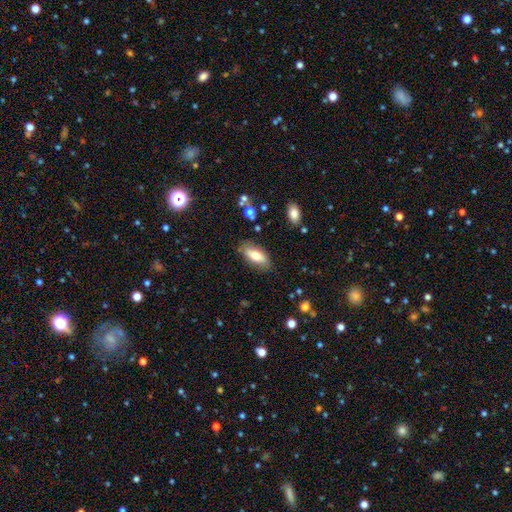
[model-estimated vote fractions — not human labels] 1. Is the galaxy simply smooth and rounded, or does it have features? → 73% smooth, 20% featured or disk, 7% star or artifact.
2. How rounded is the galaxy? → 83% in between, 14% cigar-shaped, 3% round.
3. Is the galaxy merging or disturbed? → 80% none, 14% minor disturbance, 3% major disturbance, 2% merger.